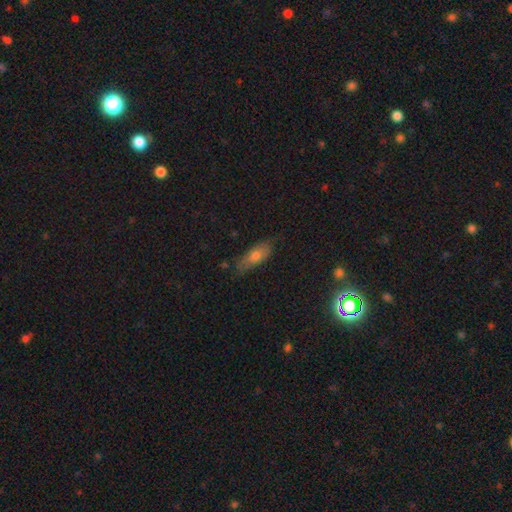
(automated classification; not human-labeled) Smooth or featured? smooth (63%)
How rounded? in between (67%)
Merging? none (69%)